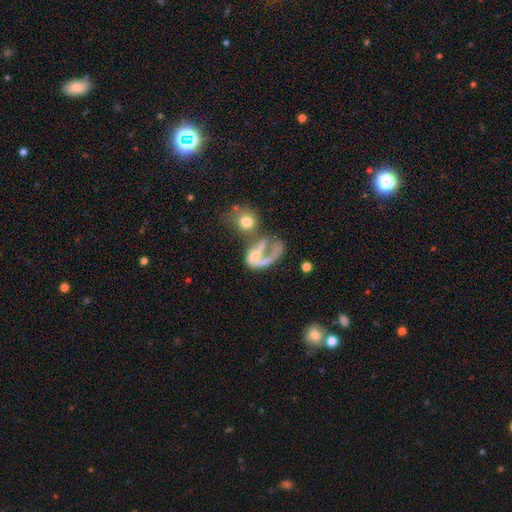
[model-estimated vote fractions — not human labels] This is likely a featured or disk galaxy (64%). It is clearly not viewed edge-on (96%). Bar: possibly no (55%). Spiral arm pattern: likely yes (65%). Central bulge: marginally moderate (38%). Merging: marginally merger (41%).